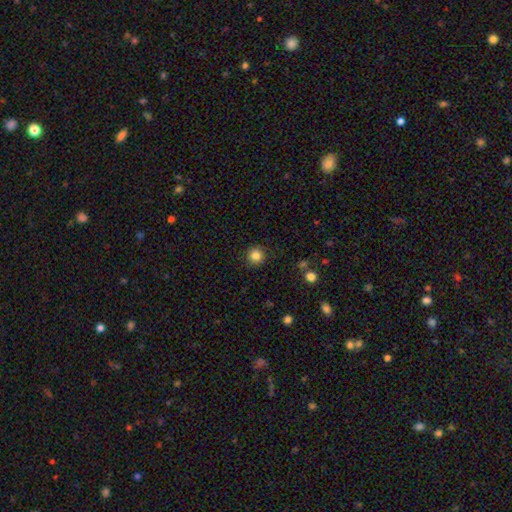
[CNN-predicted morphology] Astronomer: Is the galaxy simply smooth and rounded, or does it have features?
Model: smooth — 84%.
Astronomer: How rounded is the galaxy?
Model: round — 94%.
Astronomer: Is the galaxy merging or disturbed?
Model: none — 89%.